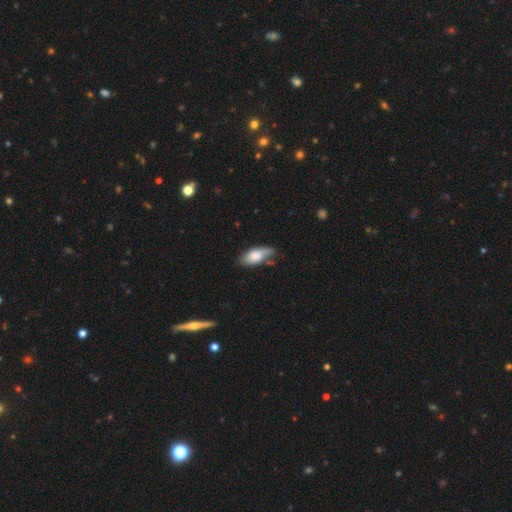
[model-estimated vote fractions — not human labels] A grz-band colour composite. It shows a smooth galaxy with no disk features (75%) that is in between round and cigar-shaped (84%). Merging: none (53%).